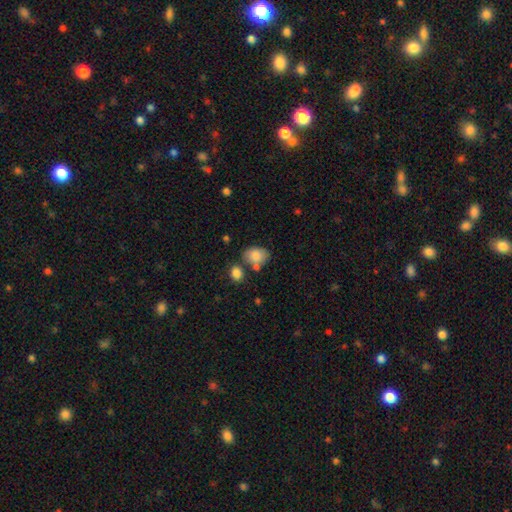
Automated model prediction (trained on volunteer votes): This is clearly a smooth galaxy (83%). How rounded: likely in between (76%). Merging: possibly none (58%).